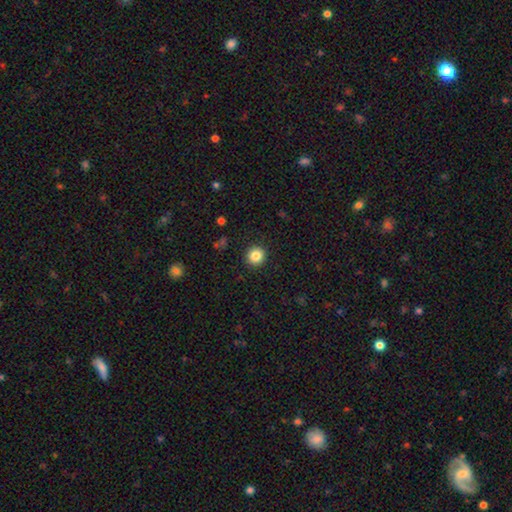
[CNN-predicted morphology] smooth 84%, star or artifact 10%, featured or disk 5%. Down the decision tree: how rounded — round (93%); merging — none (92%).